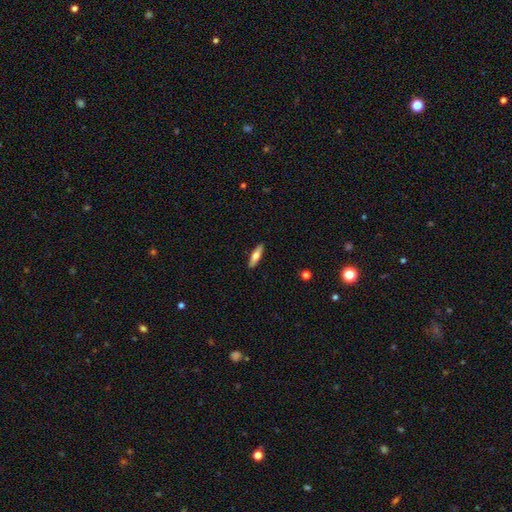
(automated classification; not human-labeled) This appears to be a smooth galaxy with no disk features (63%) that is cigar-shaped (62%). Merging: none (90%).